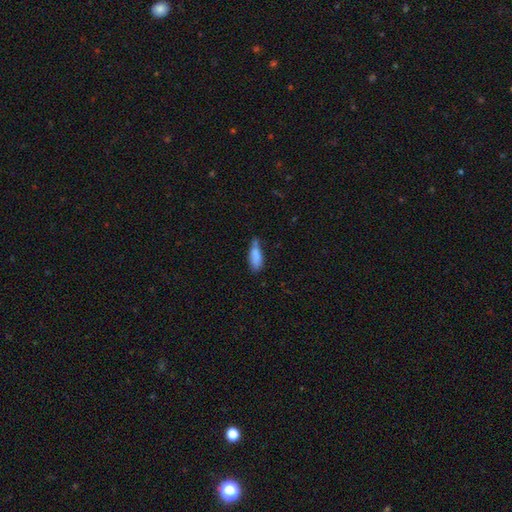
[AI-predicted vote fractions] This appears to be a smooth galaxy with no disk features (84%) that is in between round and cigar-shaped (65%). Merging: none (46%).